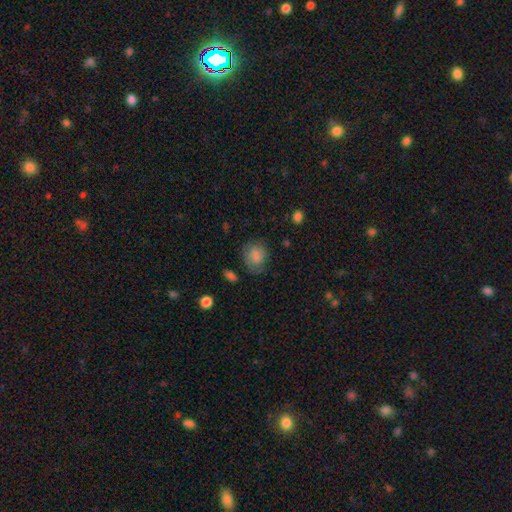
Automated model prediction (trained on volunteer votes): Smooth or featured? smooth (82%)
How rounded? round (55%)
Merging? none (68%)